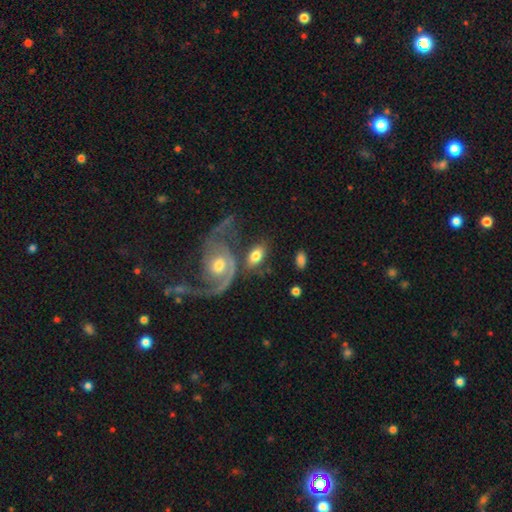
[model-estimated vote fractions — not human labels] The model was most divided on "merging": none: 50%, merger: 25%, minor disturbance: 15%, major disturbance: 10%. More confident: how rounded — in between (89%); smooth or featured — smooth (62%).